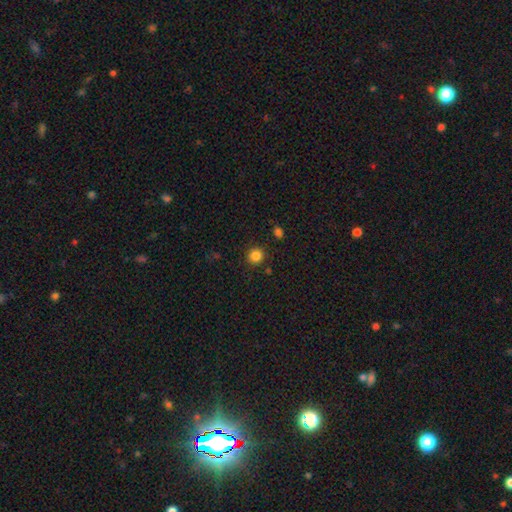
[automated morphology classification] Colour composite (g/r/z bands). It shows a smooth galaxy with no disk features (85%) that is round (92%). Merging: none (89%).